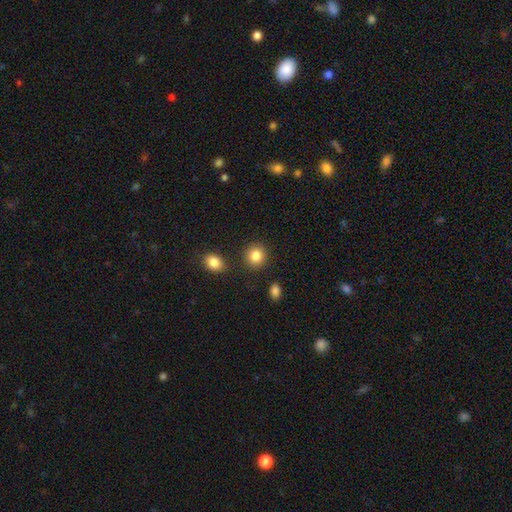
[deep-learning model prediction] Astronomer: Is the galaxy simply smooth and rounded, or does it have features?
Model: smooth — 86%.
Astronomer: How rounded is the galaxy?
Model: round — 86%.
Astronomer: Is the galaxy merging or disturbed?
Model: none — 86%.